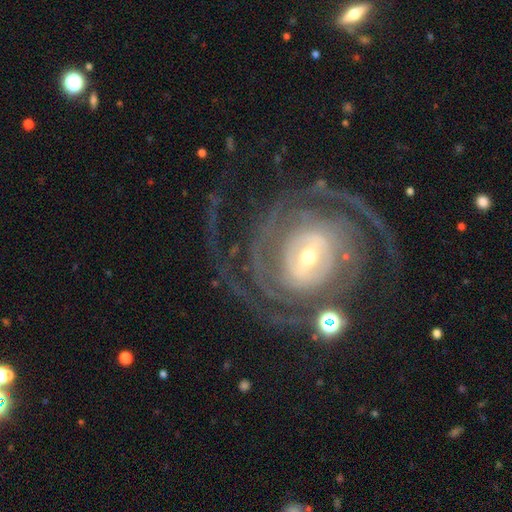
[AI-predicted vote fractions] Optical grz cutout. It shows a featured or disk galaxy (90%) with a weak bar (36%), 2 (28%) tight (69%) spiral arms (97%) and a small central bulge (57%). Merging: none (70%).